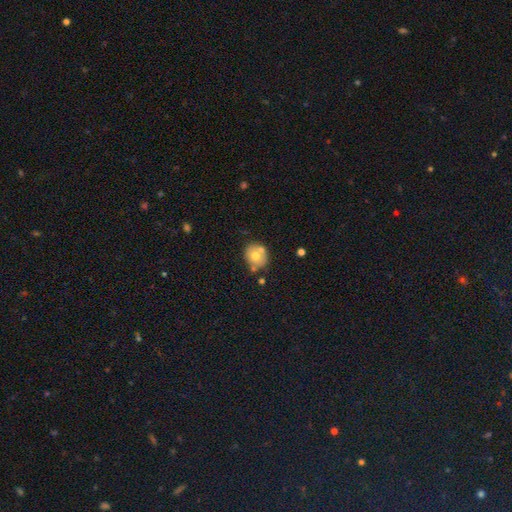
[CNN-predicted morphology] Smooth or featured?
  - smooth: 65% *
  - featured or disk: 26%
  - star or artifact: 9%
How rounded?
  - round: 75% *
  - in between: 24%
  - cigar-shaped: 1%
Merging?
  - none: 59% *
  - merger: 20%
  - minor disturbance: 16%
  - major disturbance: 4%